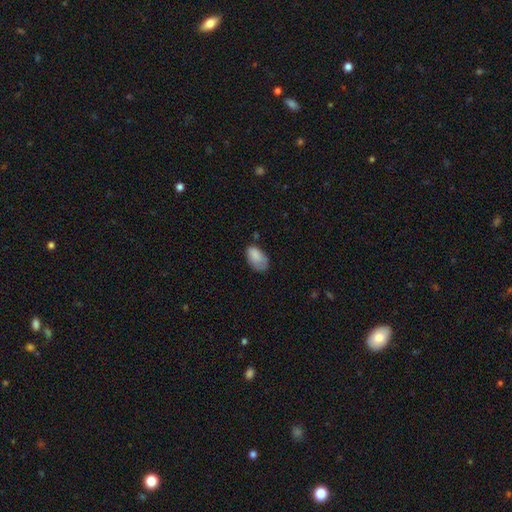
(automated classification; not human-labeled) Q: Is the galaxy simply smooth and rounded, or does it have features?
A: smooth — 84%.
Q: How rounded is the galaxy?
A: in between — 92%.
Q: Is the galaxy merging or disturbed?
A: none — 53%.